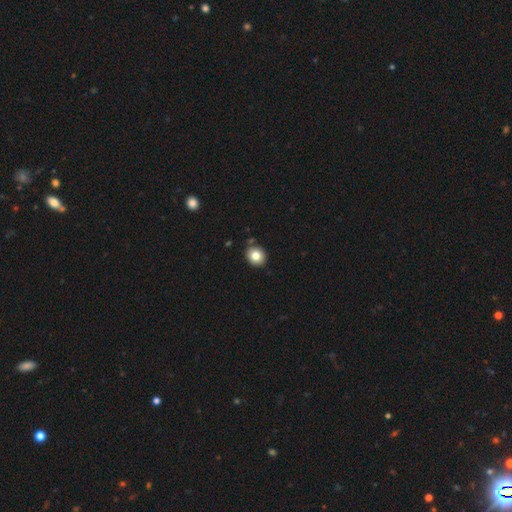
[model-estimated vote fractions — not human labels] A smooth galaxy with no disk features (80%) that is round (77%). Merging: none (86%).